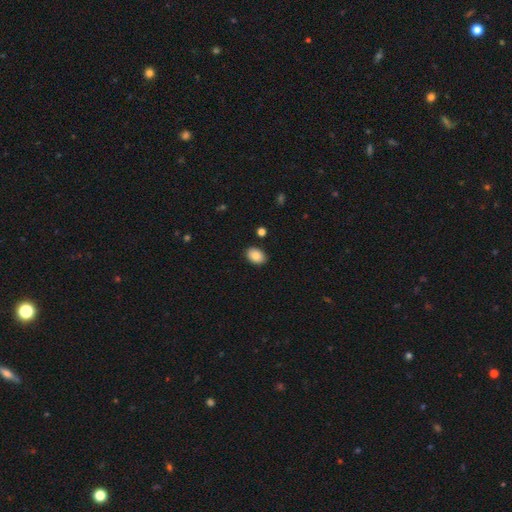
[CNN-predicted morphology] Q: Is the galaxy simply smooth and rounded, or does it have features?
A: smooth — 86%.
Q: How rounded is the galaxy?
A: in between — 80%.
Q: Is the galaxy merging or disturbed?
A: none — 87%.